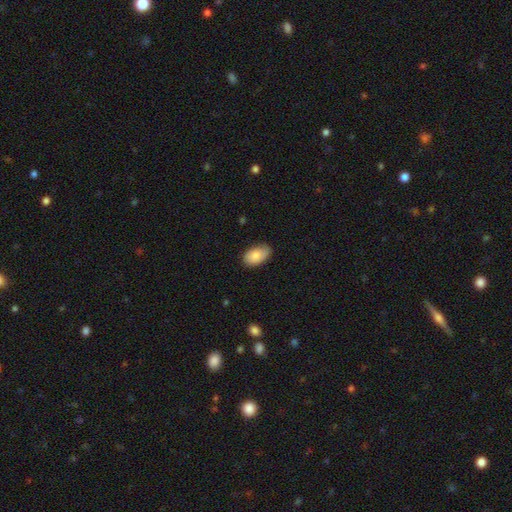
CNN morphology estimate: Q: Smooth or featured?
A: smooth (83%); runner-up: featured or disk (10%)
Q: How rounded?
A: in between (93%); runner-up: round (5%)
Q: Merging?
A: none (76%); runner-up: minor disturbance (20%)